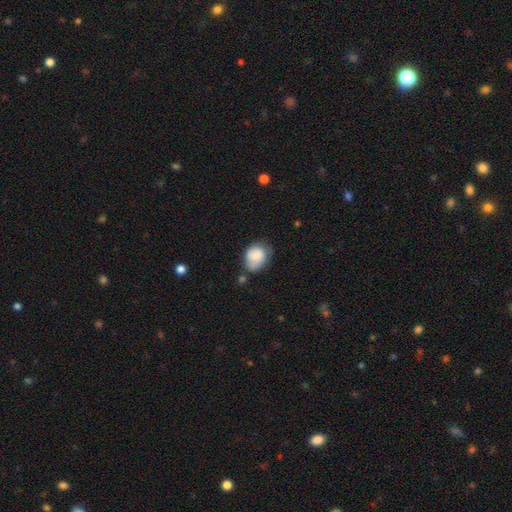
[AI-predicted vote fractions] Smooth or featured? Predicted: smooth (p=0.79). How rounded? Predicted: in between (p=0.55). Merging? Predicted: none (p=0.45).